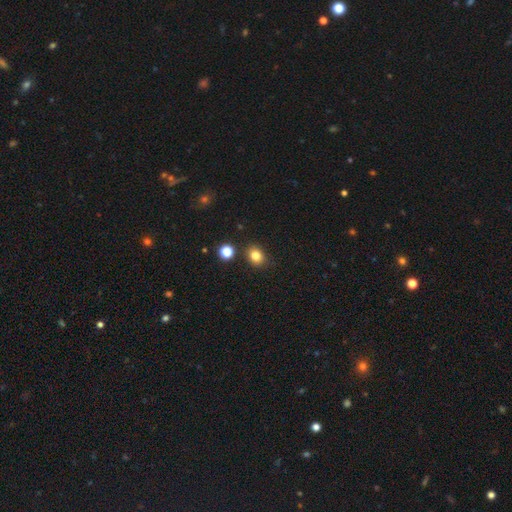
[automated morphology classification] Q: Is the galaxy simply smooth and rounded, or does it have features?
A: smooth — 82%.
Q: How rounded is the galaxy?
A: round — 54%.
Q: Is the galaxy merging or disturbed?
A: none — 82%.